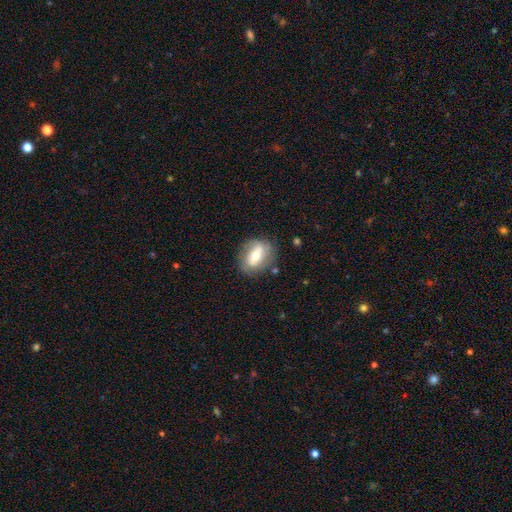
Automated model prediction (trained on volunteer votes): featured or disk 51%, smooth 41%, star or artifact 8%. Down the decision tree: edge-on disk — no (87%); merging — none (75%).